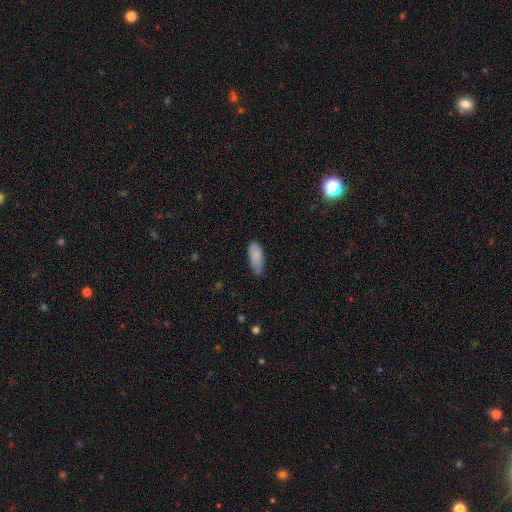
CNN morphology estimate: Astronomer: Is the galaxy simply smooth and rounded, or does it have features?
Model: smooth — 87%.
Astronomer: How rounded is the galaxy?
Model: in between — 79%.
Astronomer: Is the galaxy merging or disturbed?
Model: none — 62%.